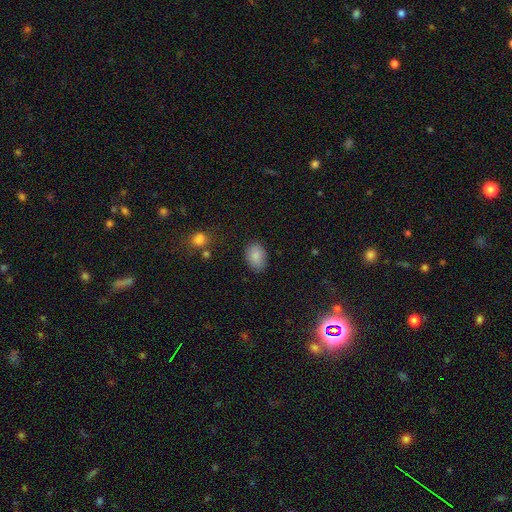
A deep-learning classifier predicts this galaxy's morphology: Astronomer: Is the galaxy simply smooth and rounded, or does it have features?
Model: smooth — 86%.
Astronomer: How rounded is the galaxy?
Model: in between — 77%.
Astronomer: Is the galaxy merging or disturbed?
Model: none — 80%.